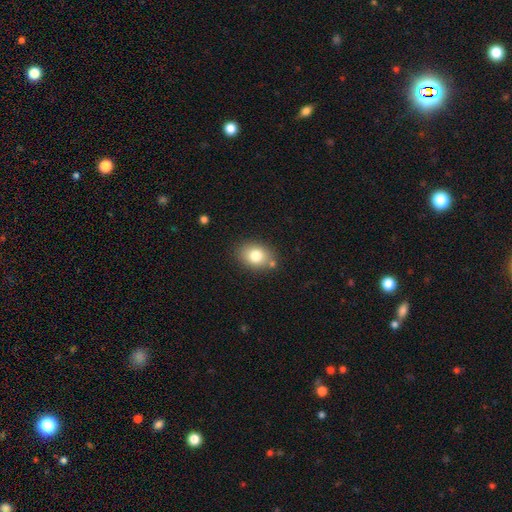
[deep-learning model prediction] Smooth or featured: smooth — 78% (featured or disk — 12%)
How rounded: in between — 65% (round — 34%)
Merging: none — 78% (minor disturbance — 13%)